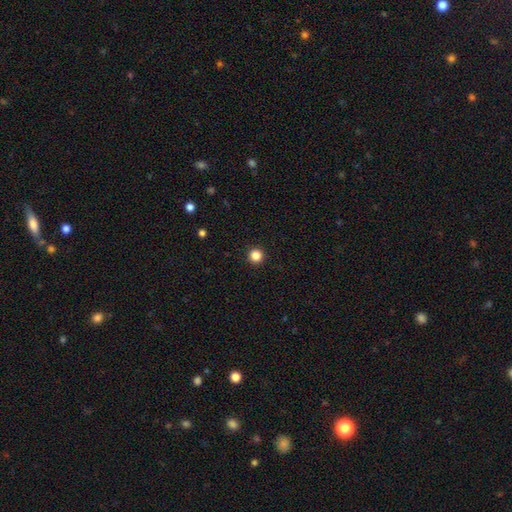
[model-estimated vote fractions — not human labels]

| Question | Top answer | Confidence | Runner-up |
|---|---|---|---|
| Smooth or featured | smooth | 85% | star or artifact (12%) |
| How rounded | round | 96% | in between (3%) |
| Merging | none | 94% | minor disturbance (4%) |